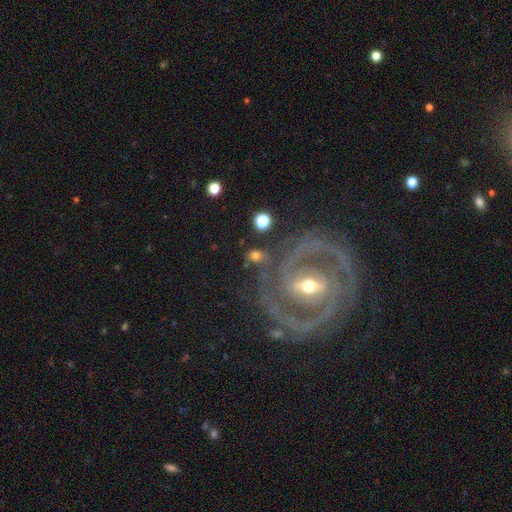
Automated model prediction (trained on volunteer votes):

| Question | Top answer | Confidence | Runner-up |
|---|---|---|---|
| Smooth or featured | smooth | 51% | featured or disk (37%) |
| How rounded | in between | 49% | round (48%) |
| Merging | none | 65% | minor disturbance (14%) |